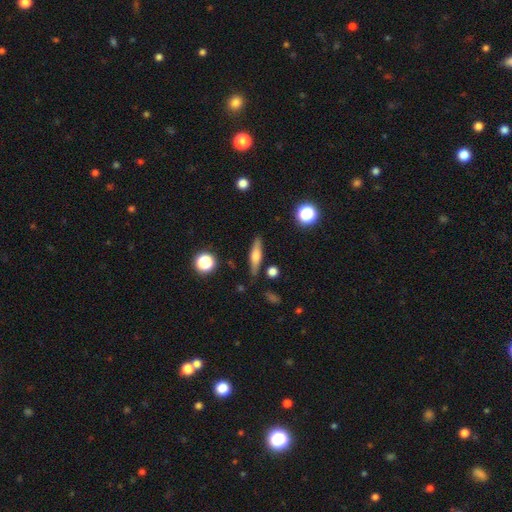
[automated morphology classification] The model was most divided on "smooth or featured": smooth: 47%, featured or disk: 45%, star or artifact: 8%. More confident: merging — none (84%).